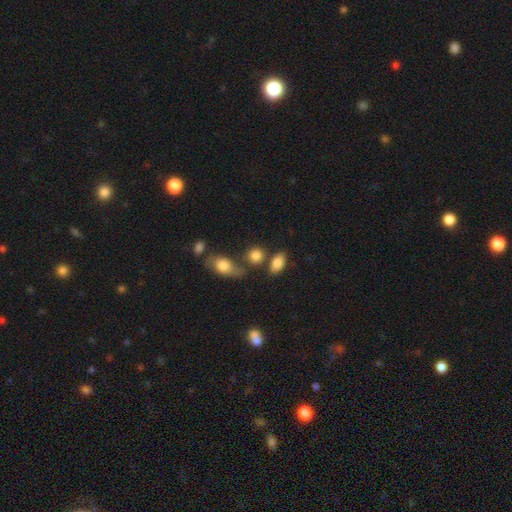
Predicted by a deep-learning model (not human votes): This appears to be a smooth galaxy with no disk features (84%) that is in between round and cigar-shaped (50%). Merging: none (60%).